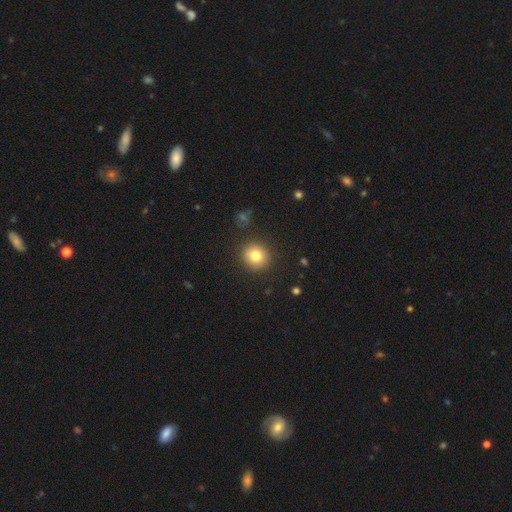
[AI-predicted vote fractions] Smooth or featured? Predicted: smooth (p=0.79). How rounded? Predicted: round (p=0.90). Merging? Predicted: none (p=0.90).